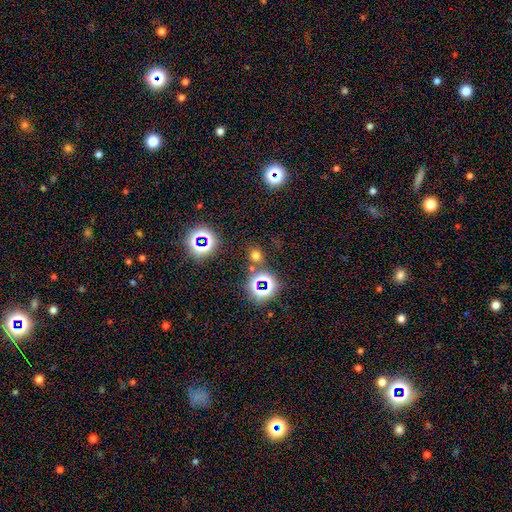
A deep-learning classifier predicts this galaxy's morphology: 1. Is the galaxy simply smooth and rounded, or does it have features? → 59% smooth, 35% star or artifact, 6% featured or disk.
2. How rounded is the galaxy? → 84% round, 15% in between, 1% cigar-shaped.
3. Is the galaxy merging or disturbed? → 79% none, 10% merger, 8% minor disturbance, 4% major disturbance.